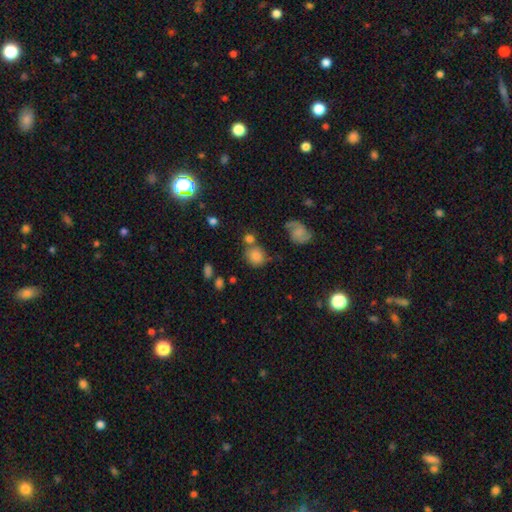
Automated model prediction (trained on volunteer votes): Smooth or featured? smooth (76%)
How rounded? round (82%)
Merging? none (58%)